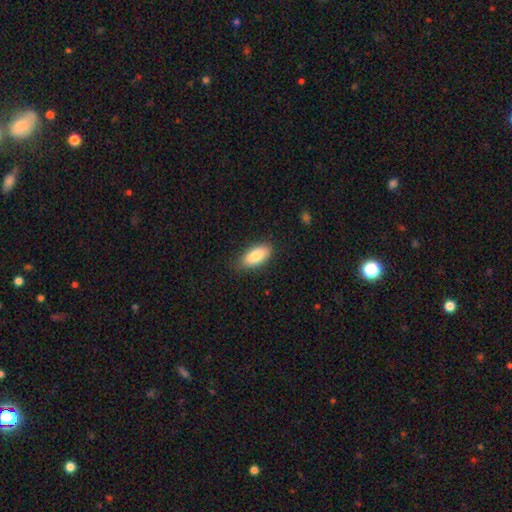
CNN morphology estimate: The model was most divided on "merging": none: 83%, minor disturbance: 13%, major disturbance: 3%, merger: 1%. More confident: how rounded — in between (86%); smooth or featured — smooth (83%).